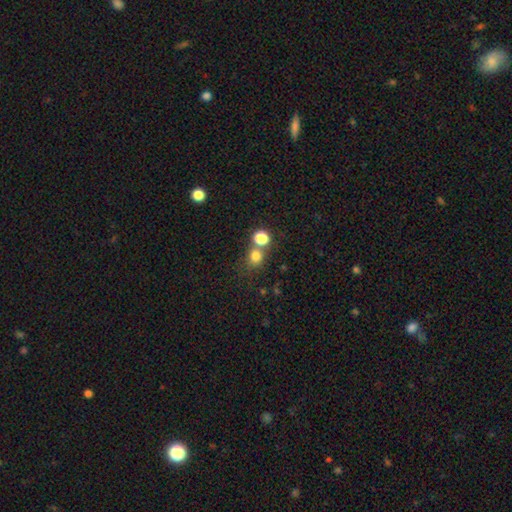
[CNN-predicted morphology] Smooth or featured? smooth (76%)
How rounded? round (81%)
Merging? none (59%)